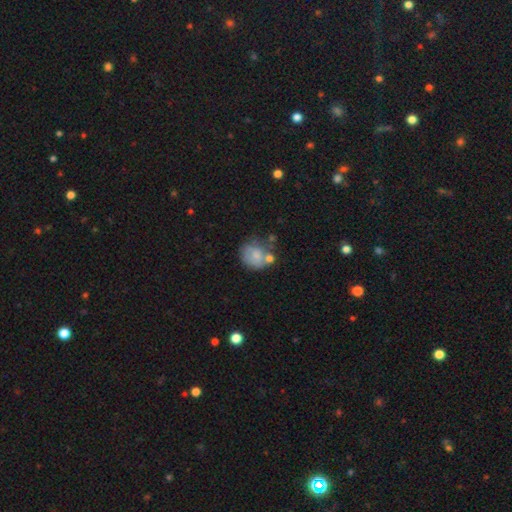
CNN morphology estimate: This is likely a smooth galaxy (62%). How rounded: likely round (69%). Merging: marginally none (40%).